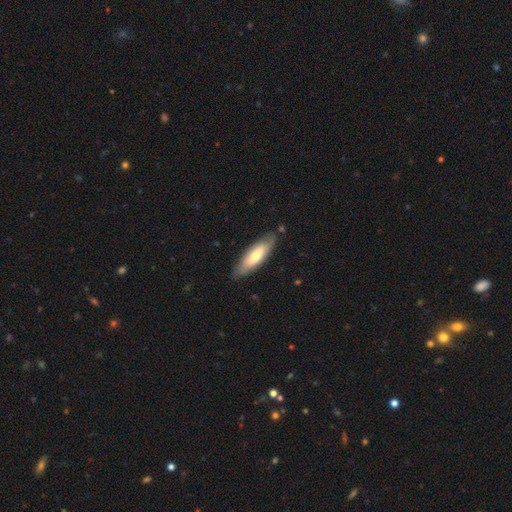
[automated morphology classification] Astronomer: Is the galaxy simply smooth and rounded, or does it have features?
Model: smooth — 57% (runner-up: featured or disk, 38%).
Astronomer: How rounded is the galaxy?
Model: in between — 50% (runner-up: cigar-shaped, 48%).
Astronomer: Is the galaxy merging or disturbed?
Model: none — 81%.